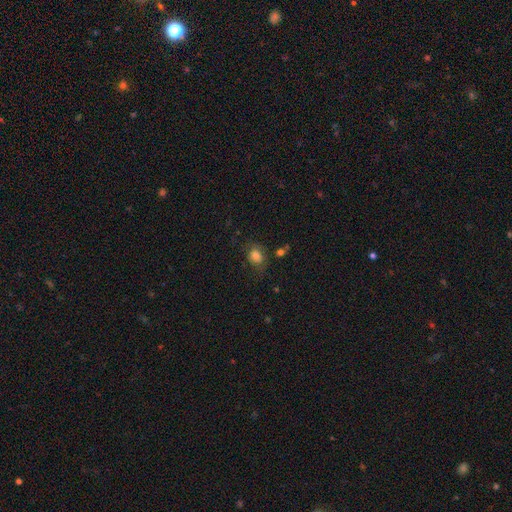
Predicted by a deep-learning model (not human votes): Smooth or featured? smooth (76%)
How rounded? in between (51%)
Merging? none (65%)